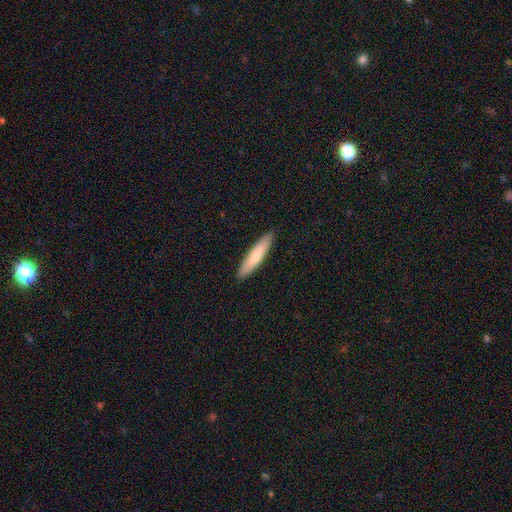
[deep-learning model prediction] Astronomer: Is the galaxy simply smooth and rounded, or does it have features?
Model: smooth — 74%.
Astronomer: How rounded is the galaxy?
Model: cigar-shaped — 89%.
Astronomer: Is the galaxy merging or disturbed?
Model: none — 91%.